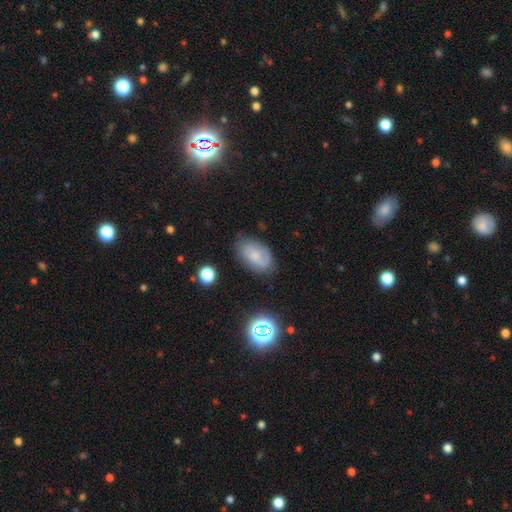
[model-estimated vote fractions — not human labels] This appears to be a smooth galaxy with no disk features (60%) that is in between round and cigar-shaped (90%). Merging: none (70%).